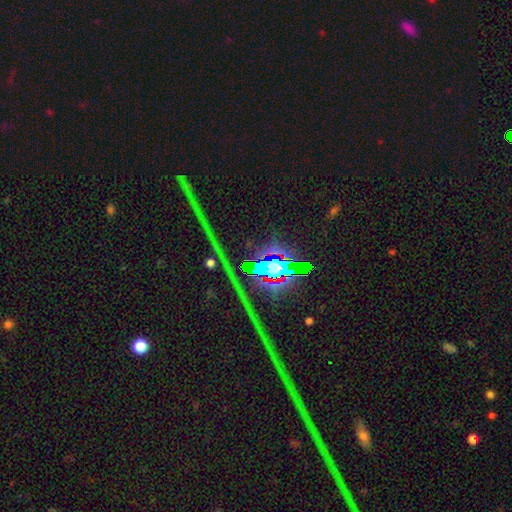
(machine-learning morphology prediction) Smooth or featured: star or artifact — 84% (featured or disk — 9%)